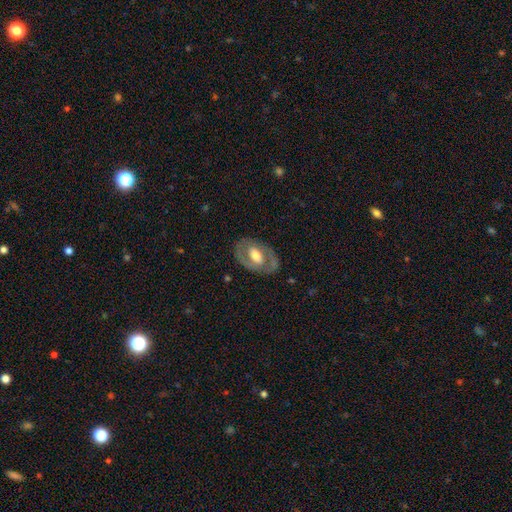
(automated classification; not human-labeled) Q: Smooth or featured?
A: featured or disk (61%); runner-up: smooth (34%)
Q: Edge-on disk?
A: no (93%); runner-up: yes (7%)
Q: Bar?
A: no (46%); runner-up: weak (34%)
Q: Spiral arms?
A: no (61%); runner-up: yes (39%)
Q: Bulge size?
A: moderate (58%); runner-up: large (26%)
Q: Merging?
A: none (77%); runner-up: minor disturbance (15%)